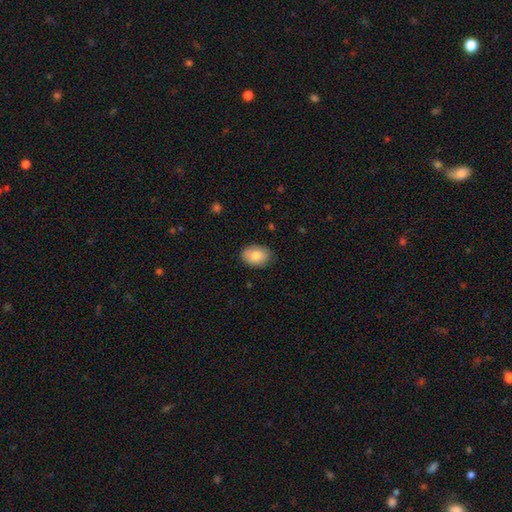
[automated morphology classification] Overall: smooth (83%). How rounded: in between (81%). Merging: none (85%).